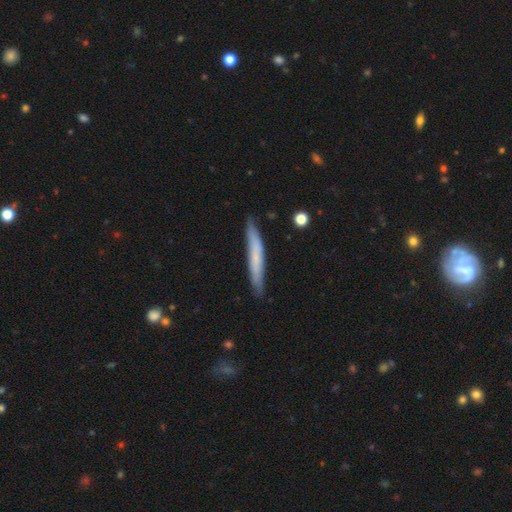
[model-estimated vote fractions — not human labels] smooth-or-featured: smooth: 60% | featured or disk: 33% | star or artifact: 6%
  how-rounded: cigar-shaped: 95% | in between: 4% | round: 1%
  merging: none: 85% | minor disturbance: 11% | major disturbance: 2% | merger: 1%